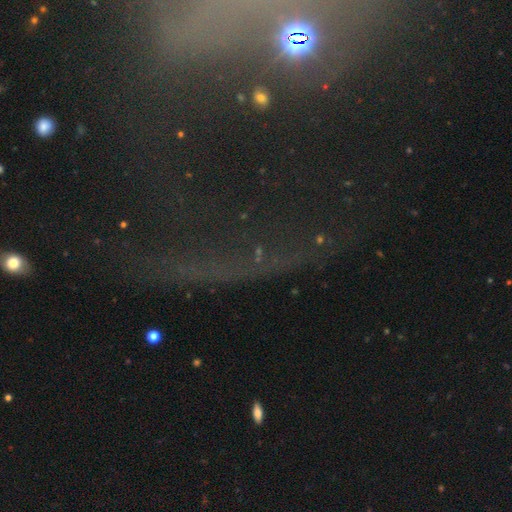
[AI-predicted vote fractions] A star or artifact, not a galaxy (61%).

Vote fractions:
- Smooth or featured? star or artifact: 61% / featured or disk: 22% / smooth: 17%